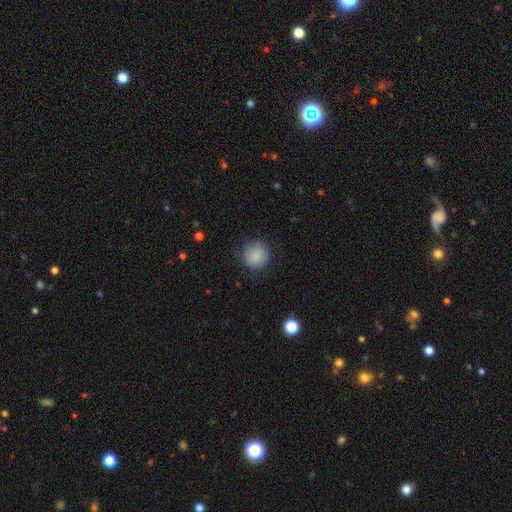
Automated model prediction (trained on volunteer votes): smooth-or-featured: smooth: 85% | star or artifact: 8% | featured or disk: 7%
  how-rounded: round: 92% | in between: 7% | cigar-shaped: 1%
  merging: none: 79% | minor disturbance: 15% | major disturbance: 5% | merger: 1%